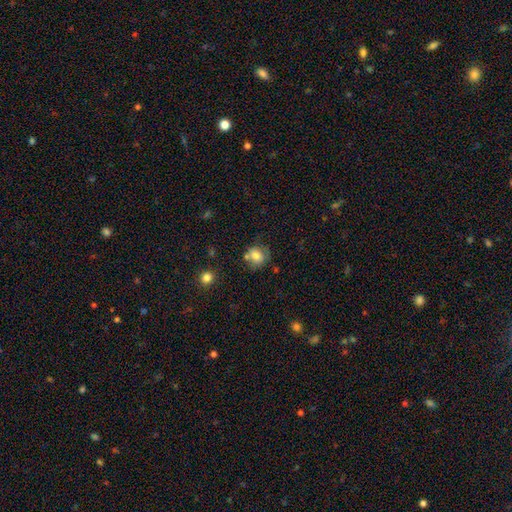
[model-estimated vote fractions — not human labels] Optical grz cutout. It shows a smooth galaxy with no disk features (75%) that is round (73%). Merging: none (60%).